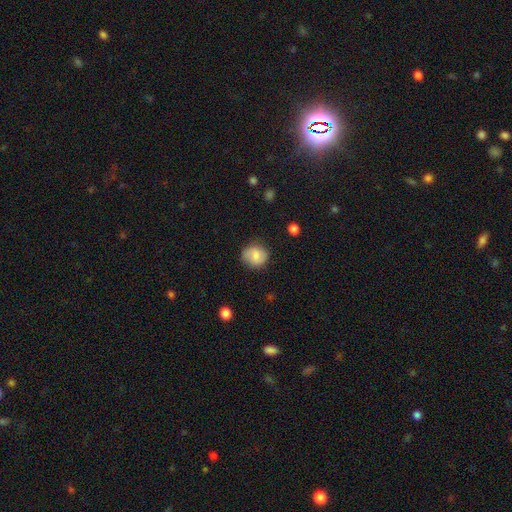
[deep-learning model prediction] Smooth or featured: smooth — 71% (featured or disk — 21%)
How rounded: round — 81% (in between — 18%)
Merging: none — 80% (minor disturbance — 15%)